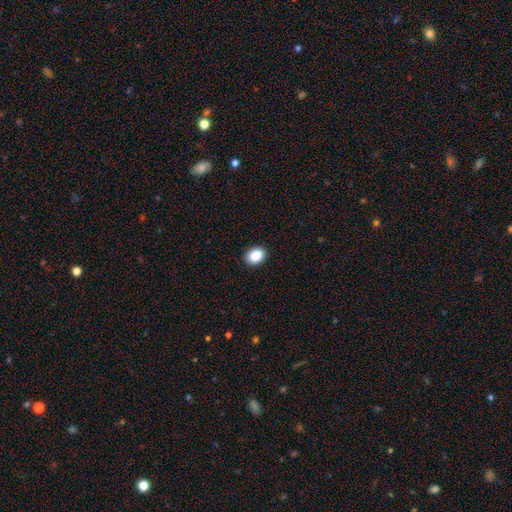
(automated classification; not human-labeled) Overall: smooth (90%). How rounded: in between (58%; round 41%). Merging: none (91%).